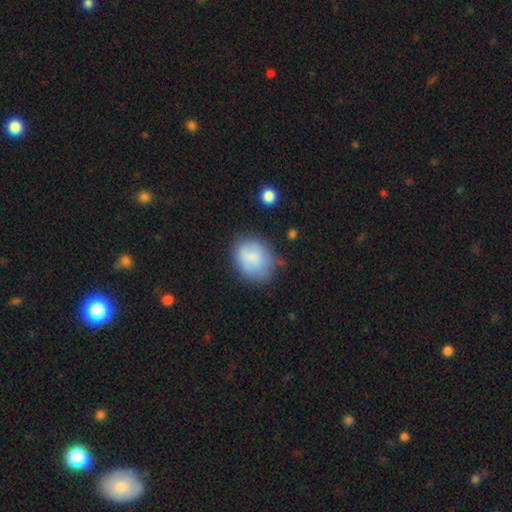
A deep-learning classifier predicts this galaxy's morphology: Smooth or featured? Predicted: smooth (p=0.76). How rounded? Predicted: in between (p=0.51). Merging? Predicted: none (p=0.61).